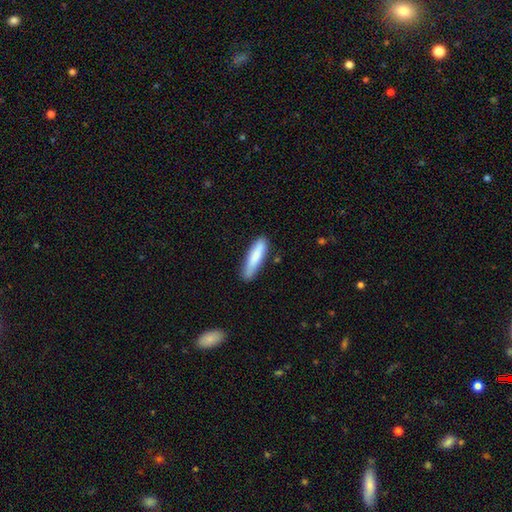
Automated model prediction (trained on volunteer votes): Morphology: type=smooth (83%); roundness=cigar-shaped (80%); merging=none (81%).